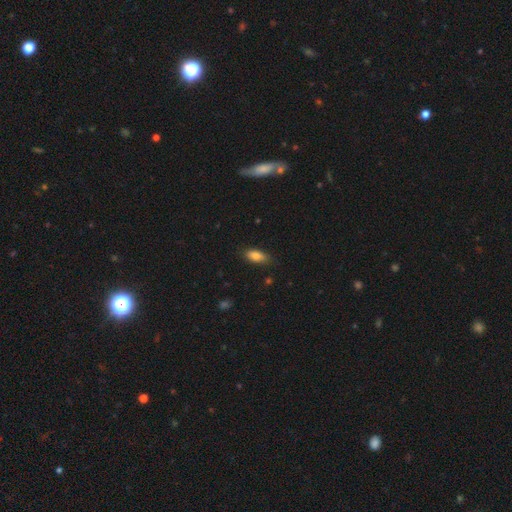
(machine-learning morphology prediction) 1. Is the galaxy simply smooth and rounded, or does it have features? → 82% smooth, 10% featured or disk, 8% star or artifact.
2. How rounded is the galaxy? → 82% in between, 14% cigar-shaped, 3% round.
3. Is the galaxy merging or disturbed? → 80% none, 16% minor disturbance, 3% major disturbance, 1% merger.